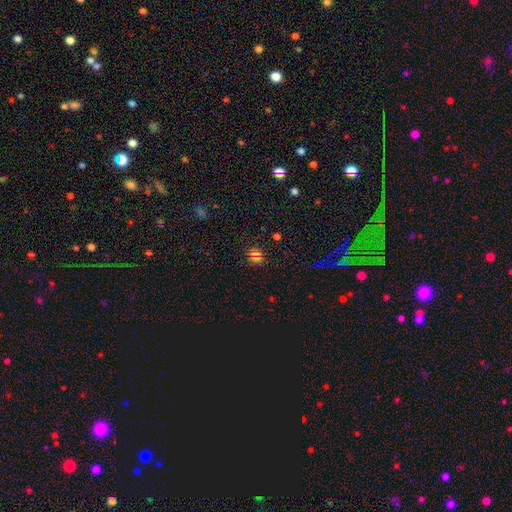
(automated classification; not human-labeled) The model was most divided on "smooth or featured": smooth: 51%, star or artifact: 40%, featured or disk: 9%. More confident: how rounded — round (81%); merging — none (81%).